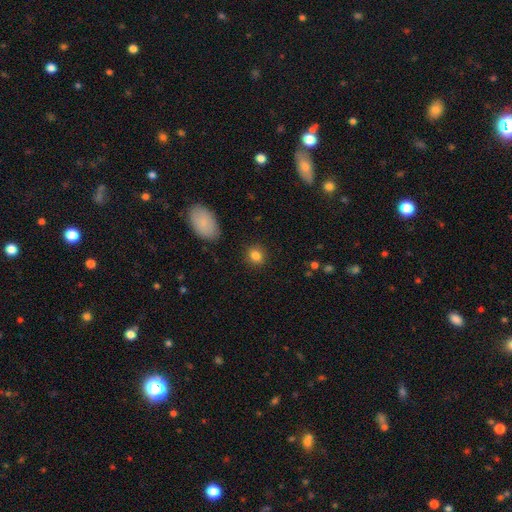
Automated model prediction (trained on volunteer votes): Morphology: type=smooth (83%); roundness=round (76%); merging=none (88%).